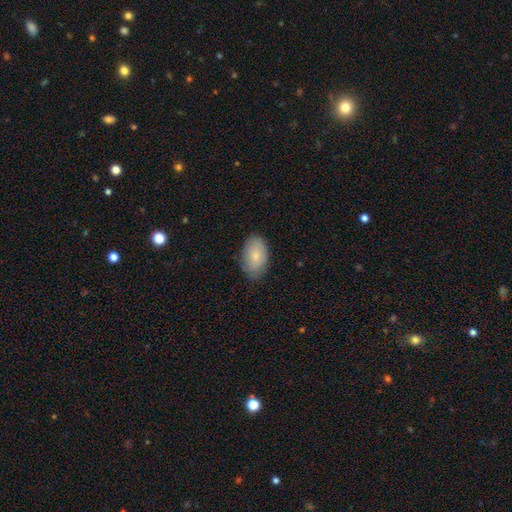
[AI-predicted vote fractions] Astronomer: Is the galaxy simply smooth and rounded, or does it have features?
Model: smooth — 79%.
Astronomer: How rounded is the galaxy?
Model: in between — 91%.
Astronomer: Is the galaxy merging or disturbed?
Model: none — 81%.